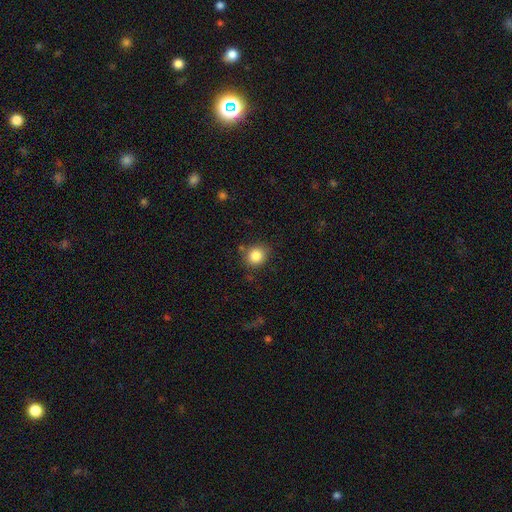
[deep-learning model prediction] Q: Smooth or featured?
A: smooth (85%); runner-up: star or artifact (10%)
Q: How rounded?
A: round (82%); runner-up: in between (17%)
Q: Merging?
A: none (80%); runner-up: minor disturbance (13%)